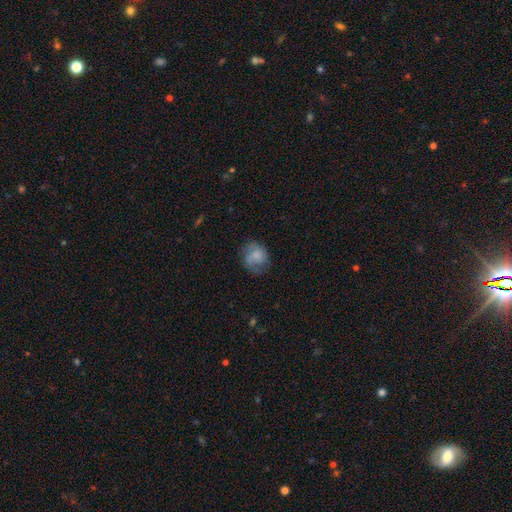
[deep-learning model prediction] smooth 69%, featured or disk 23%, star or artifact 9%. Down the decision tree: how rounded — round (64%); merging — none (58%).